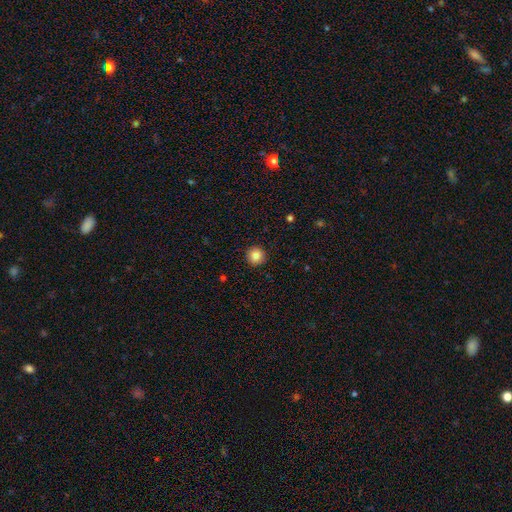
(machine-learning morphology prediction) This appears to be a smooth galaxy with no disk features (86%) that is round (95%). Merging: none (93%).